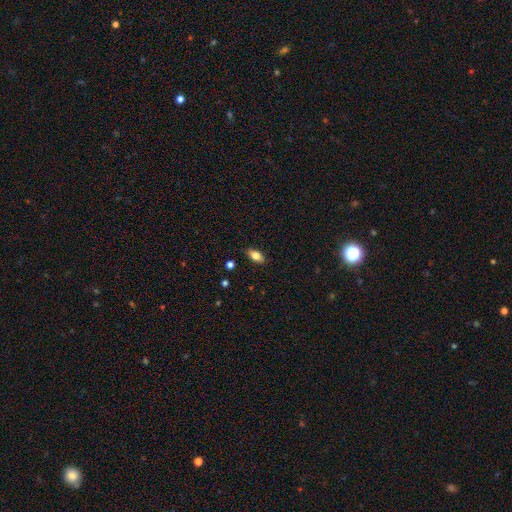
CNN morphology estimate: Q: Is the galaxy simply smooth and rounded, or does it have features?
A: smooth — 80%.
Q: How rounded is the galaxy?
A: in between — 88%.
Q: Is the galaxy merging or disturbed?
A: none — 86%.